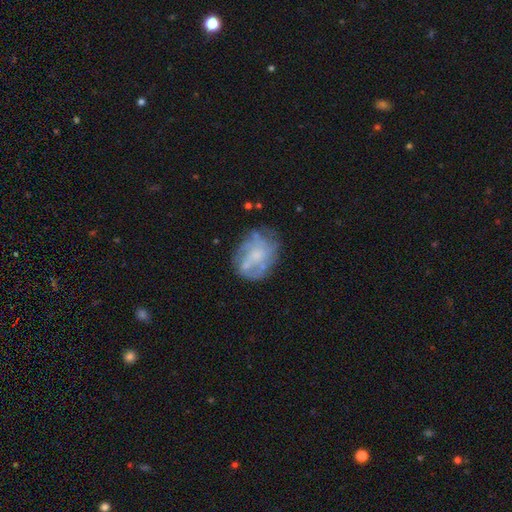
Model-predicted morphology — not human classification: This appears to be a featured or disk galaxy (60%) with no bar (73%), no spiral arms (55%) and a small central bulge (34%). Merging: none (57%).